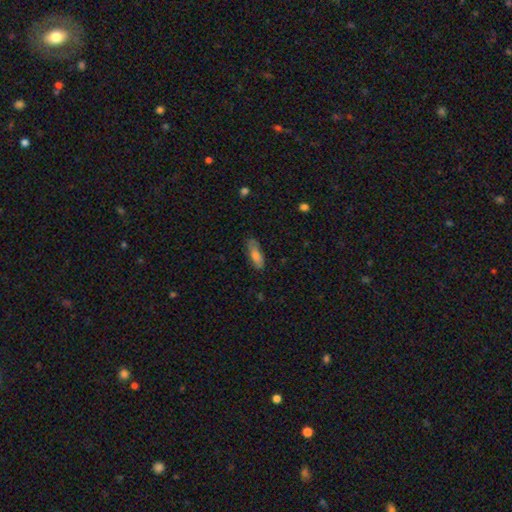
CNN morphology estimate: Overall: smooth (73%). How rounded: in between (71%). Merging: none (74%).